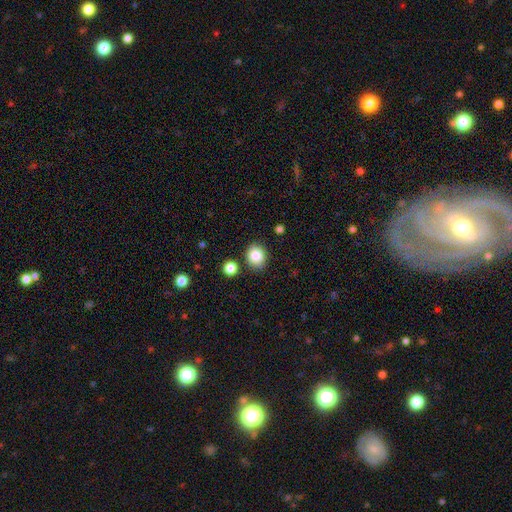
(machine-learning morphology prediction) Smooth or featured? smooth (85%)
How rounded? round (64%)
Merging? none (80%)